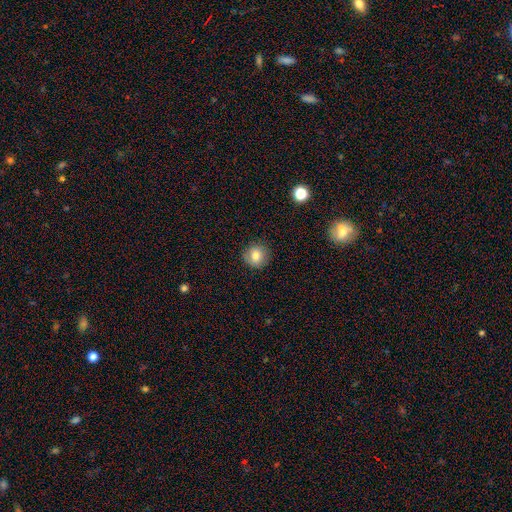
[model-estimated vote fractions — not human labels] This is likely a smooth galaxy (79%). How rounded: clearly round (91%). Merging: clearly none (88%).